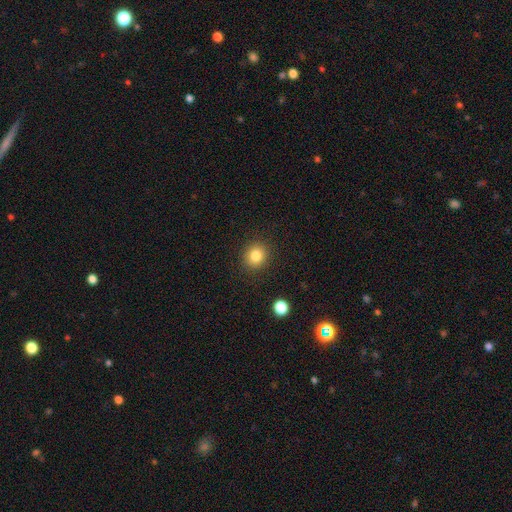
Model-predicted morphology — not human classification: Smooth or featured? Predicted: smooth (p=0.83). How rounded? Predicted: round (p=0.82). Merging? Predicted: none (p=0.90).